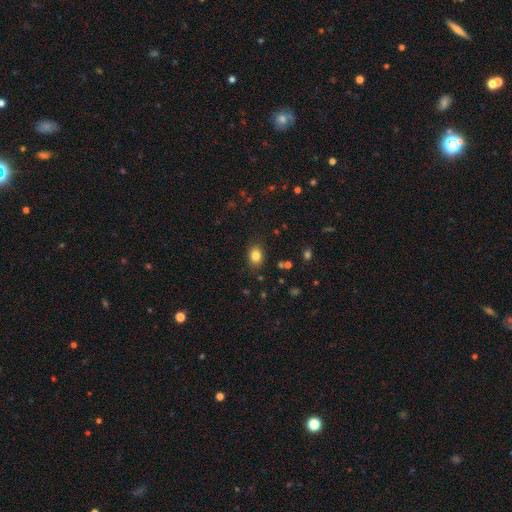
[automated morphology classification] Q: Smooth or featured?
A: smooth (82%); runner-up: star or artifact (11%)
Q: How rounded?
A: in between (59%); runner-up: round (40%)
Q: Merging?
A: none (85%); runner-up: minor disturbance (10%)